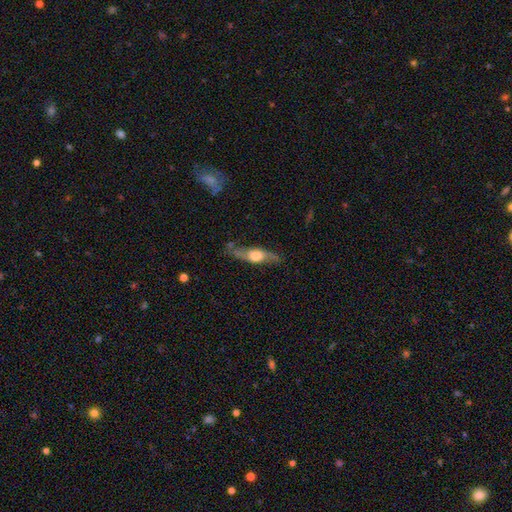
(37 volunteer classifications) Smooth or featured? 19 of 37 (51%) said featured or disk. Edge-on disk? 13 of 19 (68%) said yes. Edge-on bulge? 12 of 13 (92%) said rounded. Merging? 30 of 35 (86%) said none.